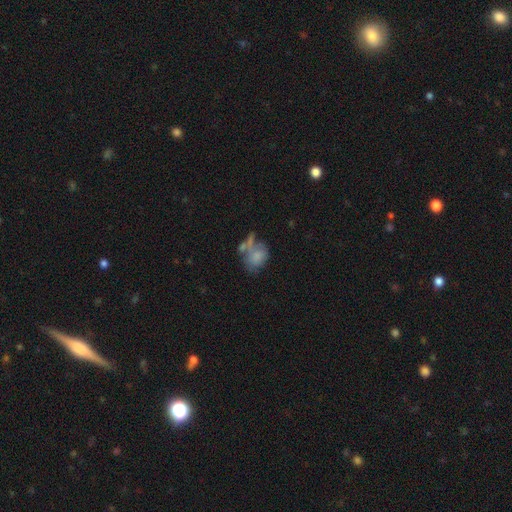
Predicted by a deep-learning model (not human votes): The model was most divided on "merging": merger: 29%, none: 28%, major disturbance: 22%, minor disturbance: 21%. More confident: smooth or featured — smooth (65%); how rounded — in between (60%).